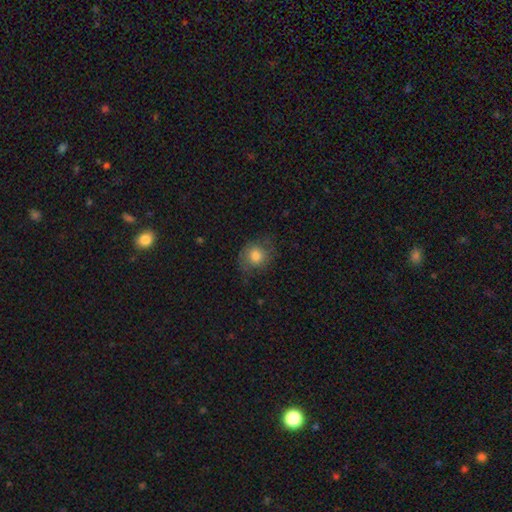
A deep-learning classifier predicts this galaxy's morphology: smooth-or-featured: smooth: 77% | featured or disk: 14% | star or artifact: 9%
  how-rounded: round: 78% | in between: 21% | cigar-shaped: 1%
  merging: none: 68% | minor disturbance: 21% | major disturbance: 9% | merger: 1%